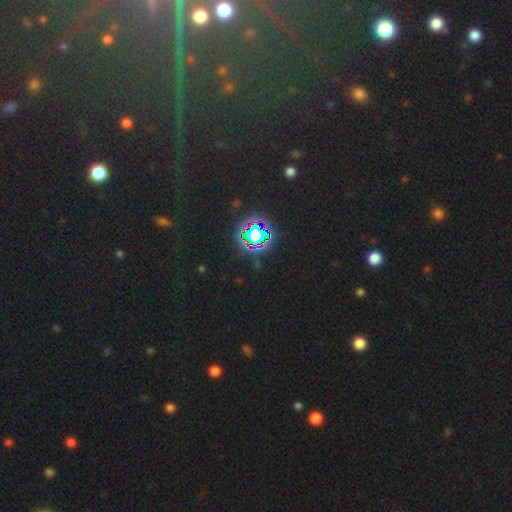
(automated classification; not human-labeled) Smooth or featured? star or artifact (82%)